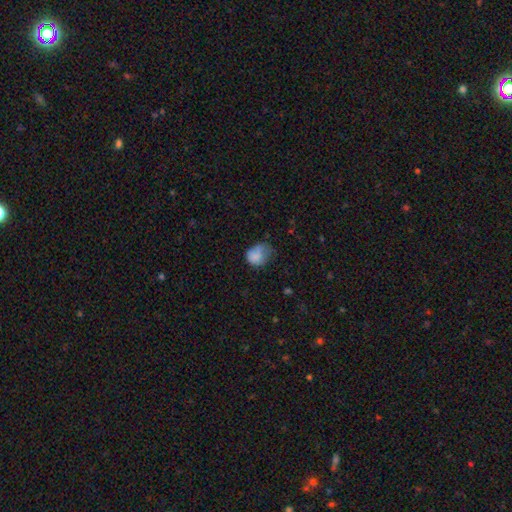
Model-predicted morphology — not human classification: Smooth or featured? Predicted: smooth (p=0.80). How rounded? Predicted: round (p=0.52). Merging? Predicted: minor disturbance (p=0.41).